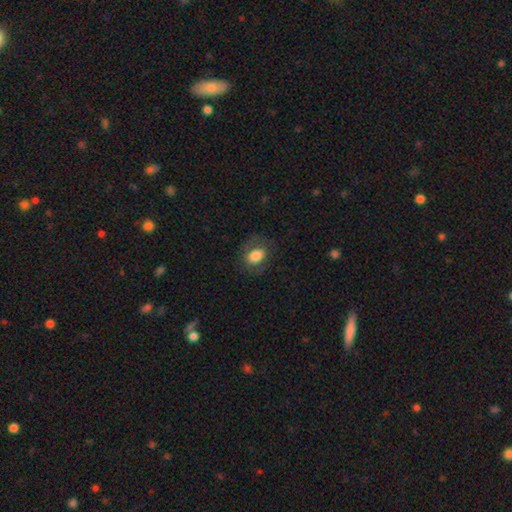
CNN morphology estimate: Smooth or featured? smooth (76%)
How rounded? in between (79%)
Merging? none (75%)